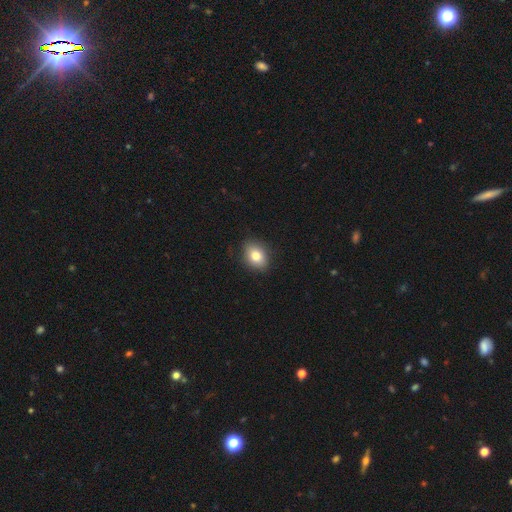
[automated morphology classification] smooth-or-featured: smooth: 80% | featured or disk: 11% | star or artifact: 9%
  how-rounded: in between: 67% | round: 32% | cigar-shaped: 1%
  merging: none: 85% | minor disturbance: 11% | major disturbance: 2% | merger: 1%